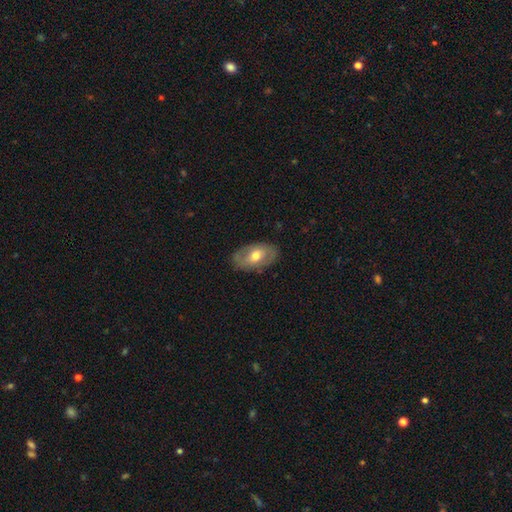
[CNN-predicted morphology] Smooth or featured? smooth (50%)
How rounded? in between (89%)
Merging? none (80%)